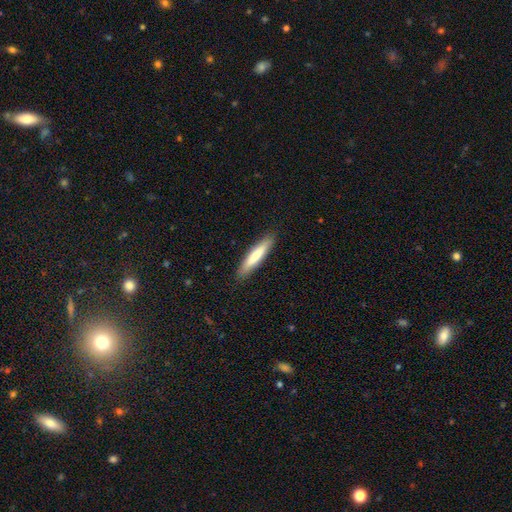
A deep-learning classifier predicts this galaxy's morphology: Overall: smooth (73%). How rounded: cigar-shaped (88%). Merging: none (89%).